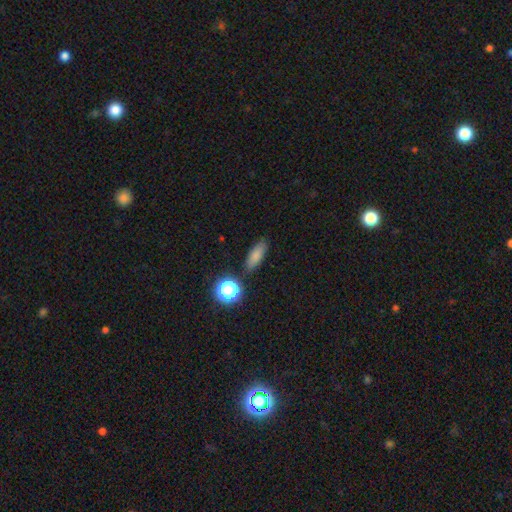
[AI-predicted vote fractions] smooth_or_featured: smooth (p=0.77) [alt: star or artifact p=0.13]
how_rounded: in between (p=0.66) [alt: cigar-shaped p=0.25]
merging: none (p=0.81) [alt: minor disturbance p=0.12]